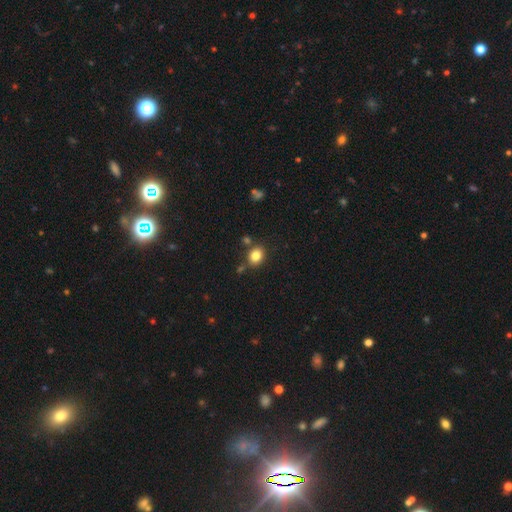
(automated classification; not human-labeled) Q: Smooth or featured?
A: smooth (84%); runner-up: star or artifact (10%)
Q: How rounded?
A: round (56%); runner-up: in between (43%)
Q: Merging?
A: none (78%); runner-up: minor disturbance (11%)